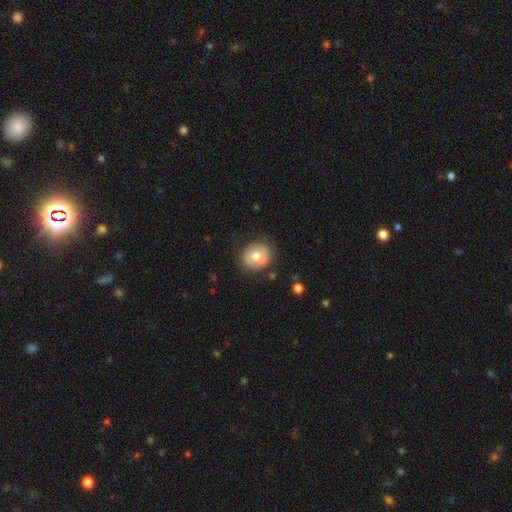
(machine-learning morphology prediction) Smooth or featured?
  - smooth: 64% *
  - featured or disk: 28%
  - star or artifact: 8%
How rounded?
  - round: 65% *
  - in between: 34%
  - cigar-shaped: 1%
Merging?
  - none: 63% *
  - minor disturbance: 19%
  - merger: 13%
  - major disturbance: 6%